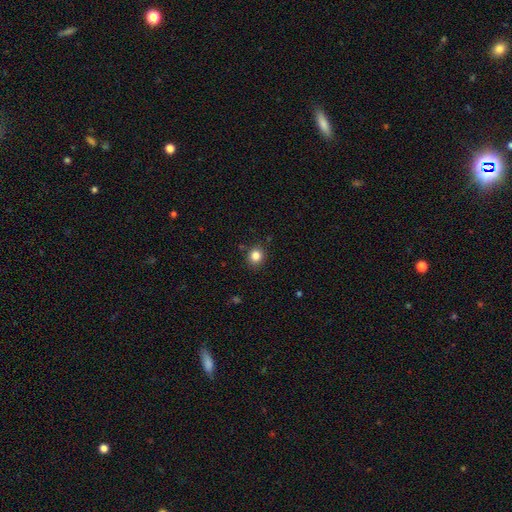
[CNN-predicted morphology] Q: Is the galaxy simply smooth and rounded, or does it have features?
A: smooth — 83%.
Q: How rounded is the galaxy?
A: round — 83%.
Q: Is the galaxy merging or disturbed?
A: none — 88%.